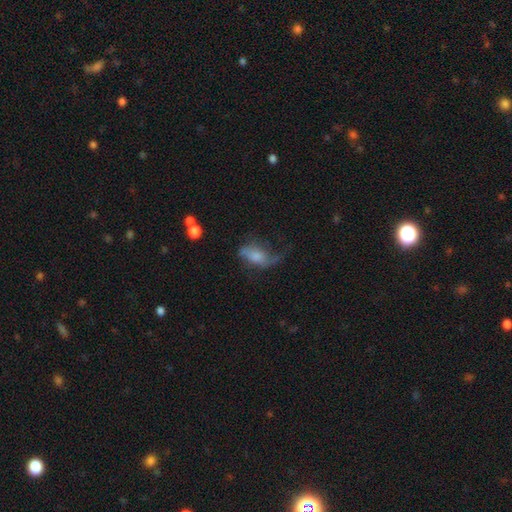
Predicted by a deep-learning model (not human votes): Smooth or featured? Predicted: featured or disk (p=0.46). Merging? Predicted: major disturbance (p=0.39).